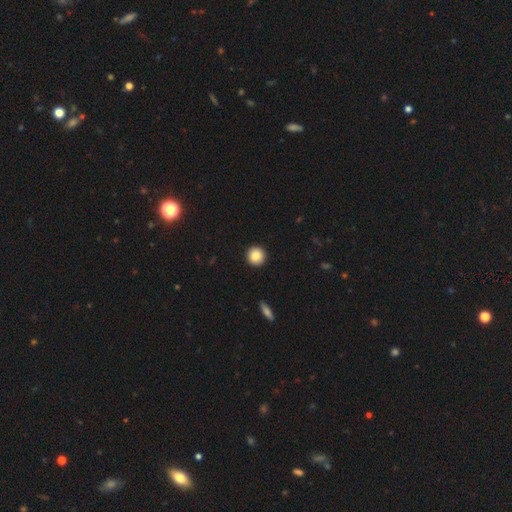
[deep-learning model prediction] A smooth galaxy with no disk features (86%) that is round (95%). Merging: none (93%).